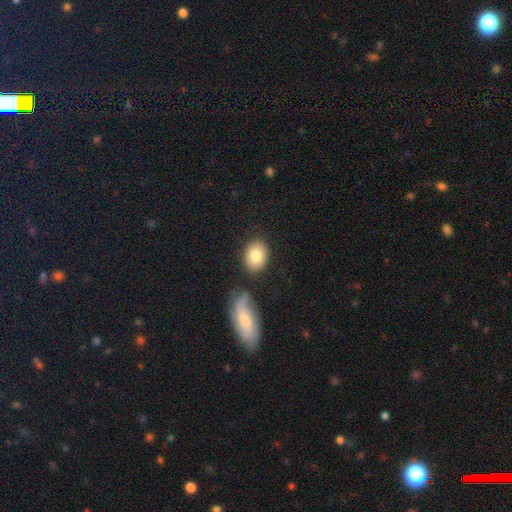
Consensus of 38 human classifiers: Smooth or featured? 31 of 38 (82%) said smooth. How rounded? 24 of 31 (77%) said in between. Merging? 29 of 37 (78%) said none.